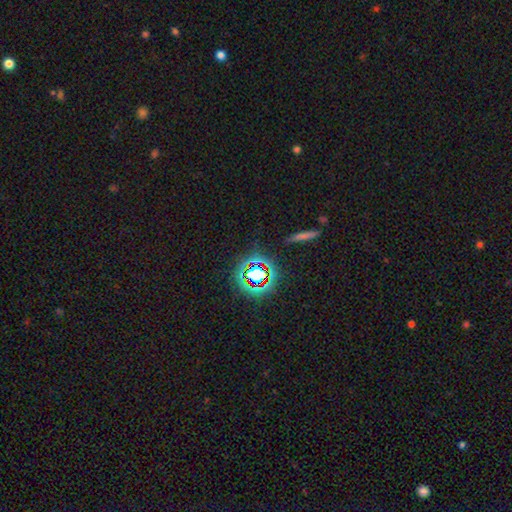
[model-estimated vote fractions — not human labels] Overall: star or artifact (72%).